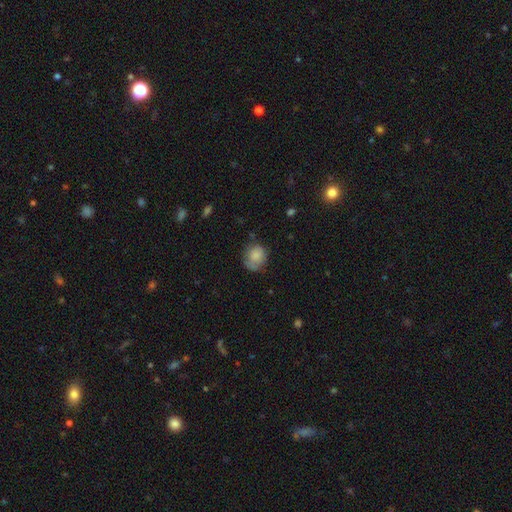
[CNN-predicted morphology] Smooth or featured: smooth — 79% (featured or disk — 13%)
How rounded: round — 77% (in between — 22%)
Merging: none — 57% (minor disturbance — 28%)